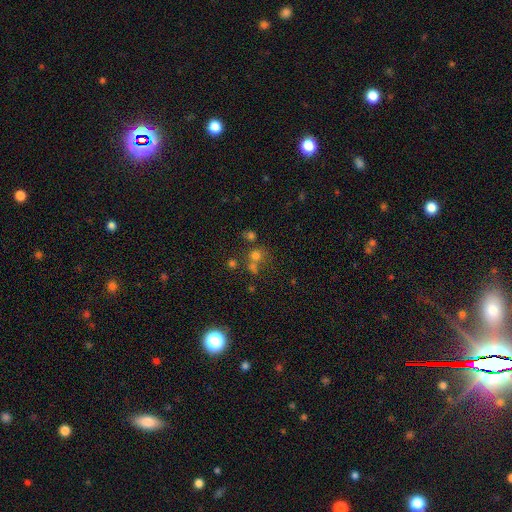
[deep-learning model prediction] Smooth or featured? smooth (63%)
How rounded? round (79%)
Merging? none (48%)